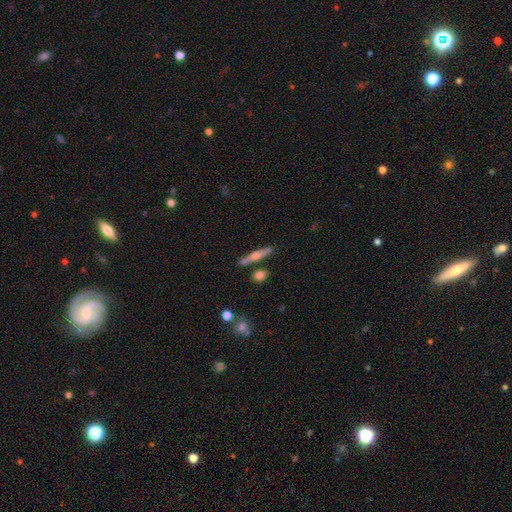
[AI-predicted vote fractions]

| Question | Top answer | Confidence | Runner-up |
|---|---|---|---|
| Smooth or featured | featured or disk | 55% | smooth (39%) |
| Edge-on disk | yes | 95% | no (5%) |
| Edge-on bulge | rounded | 87% | none (9%) |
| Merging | none | 79% | minor disturbance (10%) |